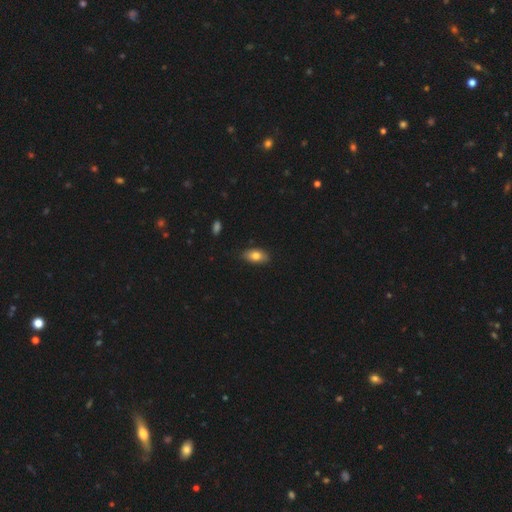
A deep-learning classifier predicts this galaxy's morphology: A smooth galaxy with no disk features (79%) that is in between round and cigar-shaped (89%).

Vote fractions:
- Smooth or featured? smooth: 79% / featured or disk: 13% / star or artifact: 7%
- How rounded? in between: 89% / round: 5% / cigar-shaped: 5%
- Merging? none: 82% / minor disturbance: 15% / major disturbance: 2% / merger: 1%